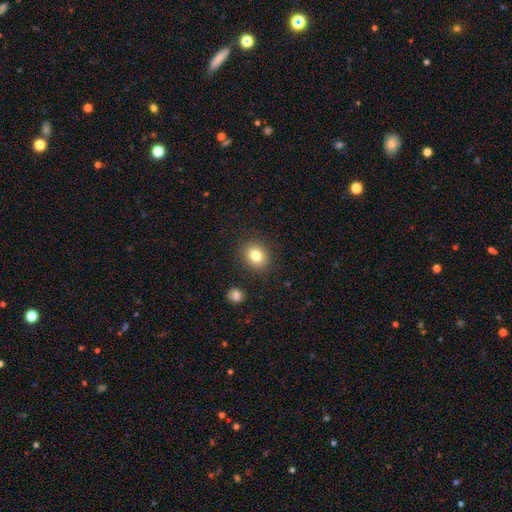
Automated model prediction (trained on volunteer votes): Smooth or featured?
  - smooth: 81% *
  - star or artifact: 11%
  - featured or disk: 8%
How rounded?
  - round: 68% *
  - in between: 31%
  - cigar-shaped: 1%
Merging?
  - none: 88% *
  - minor disturbance: 8%
  - major disturbance: 3%
  - merger: 2%